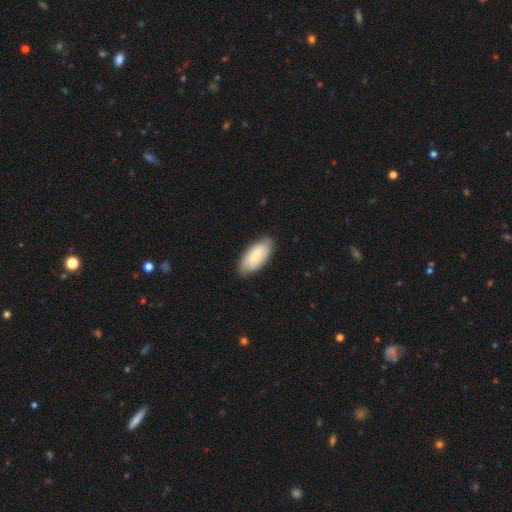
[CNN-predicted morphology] Smooth or featured: smooth — 80% (featured or disk — 15%)
How rounded: in between — 92% (cigar-shaped — 6%)
Merging: none — 82% (minor disturbance — 14%)